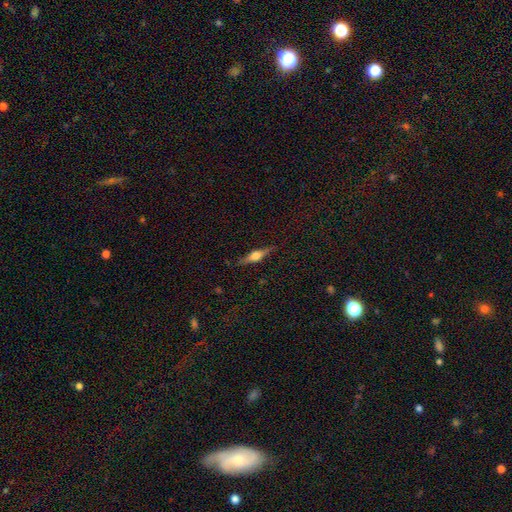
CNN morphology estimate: Smooth or featured?
  - featured or disk: 68% *
  - smooth: 25%
  - star or artifact: 7%
Edge-on disk?
  - yes: 97% *
  - no: 3%
Edge-on bulge?
  - rounded: 92% *
  - boxy: 6%
  - none: 2%
Merging?
  - none: 86% *
  - minor disturbance: 10%
  - major disturbance: 2%
  - merger: 1%